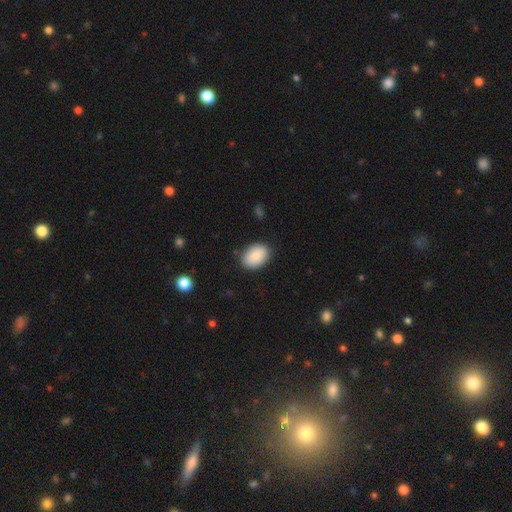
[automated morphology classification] type=smooth (84%); roundness=in between (83%); merging=none (85%).